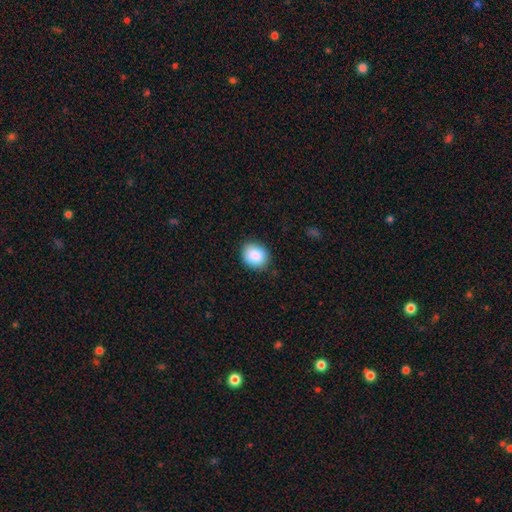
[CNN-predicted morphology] Q: Smooth or featured?
A: smooth (87%); runner-up: star or artifact (8%)
Q: How rounded?
A: round (62%); runner-up: in between (37%)
Q: Merging?
A: none (87%); runner-up: minor disturbance (10%)